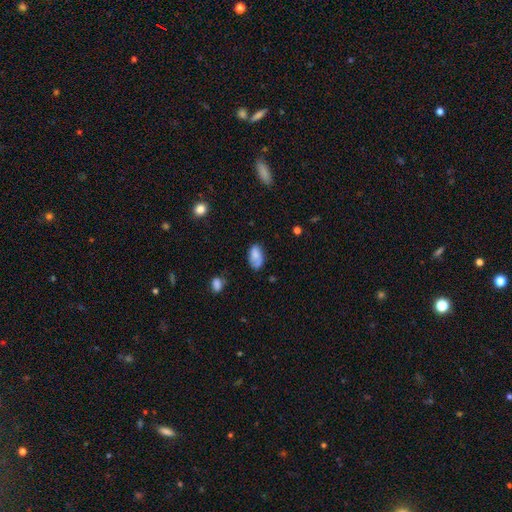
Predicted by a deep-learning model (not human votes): A smooth galaxy with no disk features (77%) that is in between round and cigar-shaped (93%). Merging: none (60%).